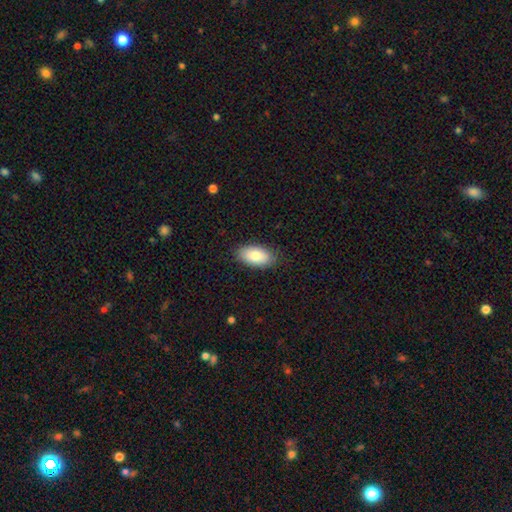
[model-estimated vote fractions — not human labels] Smooth or featured: smooth — 85% (featured or disk — 9%)
How rounded: in between — 94% (round — 3%)
Merging: none — 85% (minor disturbance — 11%)